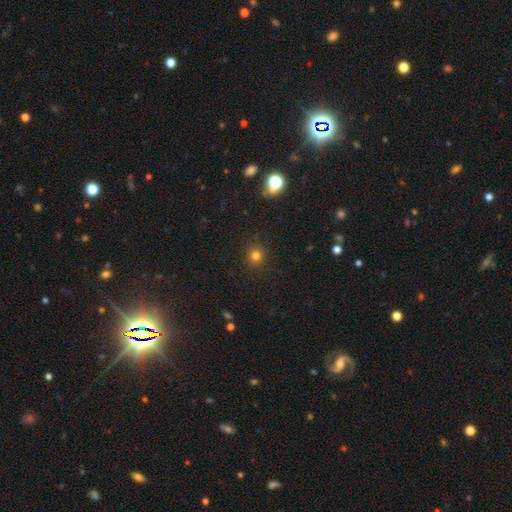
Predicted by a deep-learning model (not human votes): smooth 77%, star or artifact 18%, featured or disk 5%. Down the decision tree: how rounded — round (91%); merging — none (90%).